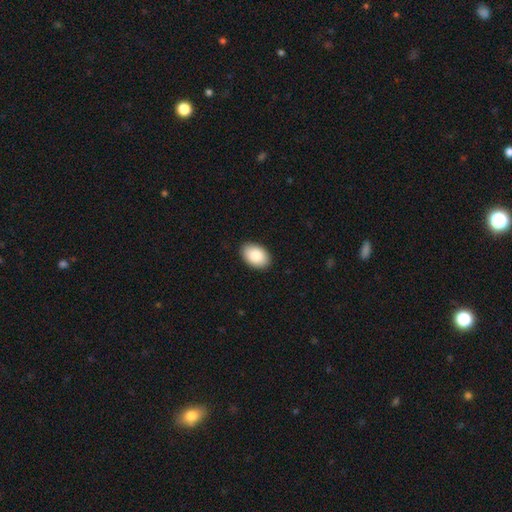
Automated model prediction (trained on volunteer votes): Overall: smooth (87%). How rounded: in between (90%). Merging: none (90%).